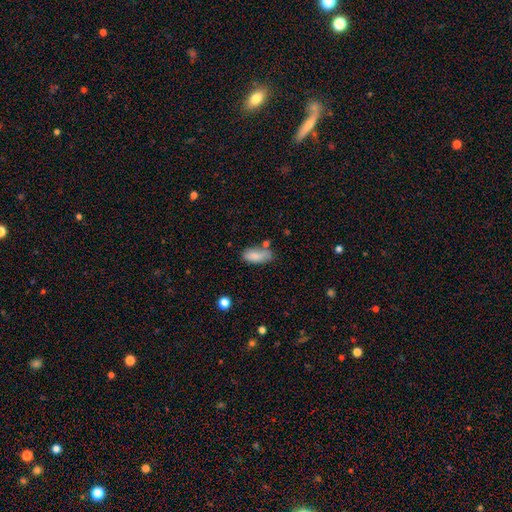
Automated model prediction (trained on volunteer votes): smooth_or_featured: smooth (p=0.83) [alt: featured or disk p=0.10]
how_rounded: in between (p=0.87) [alt: cigar-shaped p=0.11]
merging: none (p=0.55) [alt: minor disturbance p=0.26]